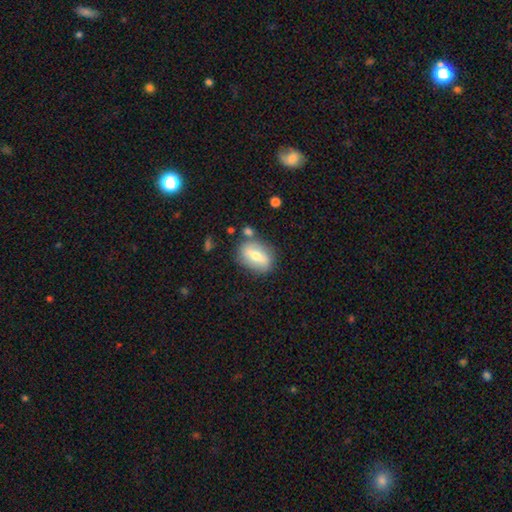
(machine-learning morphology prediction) This appears to be a smooth galaxy with no disk features (52%) that is in between round and cigar-shaped (75%). Merging: none (76%).